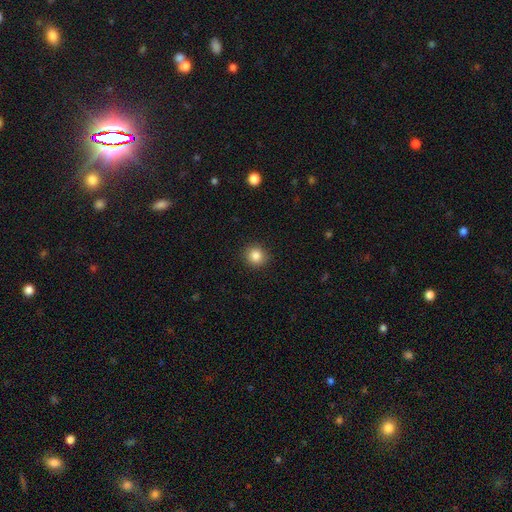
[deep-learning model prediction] The model was most divided on "smooth or featured": smooth: 85%, star or artifact: 10%, featured or disk: 5%. More confident: how rounded — round (91%); merging — none (91%).